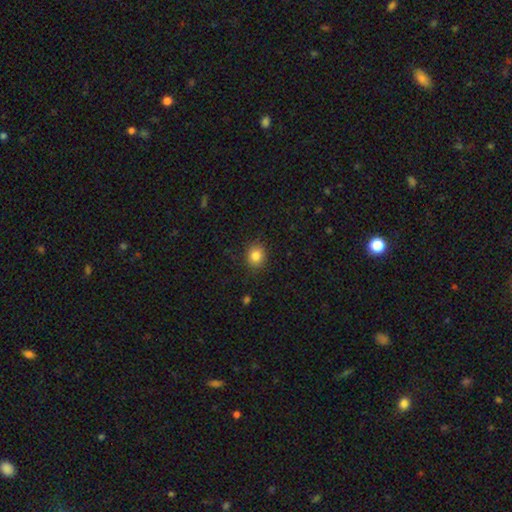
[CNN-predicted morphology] smooth 83%, star or artifact 11%, featured or disk 6%. Down the decision tree: how rounded — round (74%); merging — none (88%).